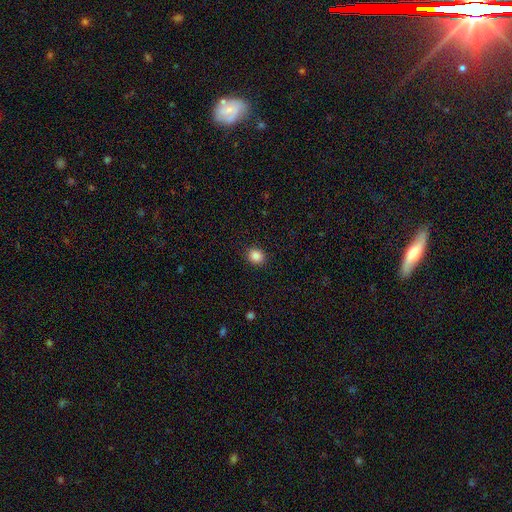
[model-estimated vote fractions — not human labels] A smooth galaxy with no disk features (87%) that is round (72%). Merging: none (91%).